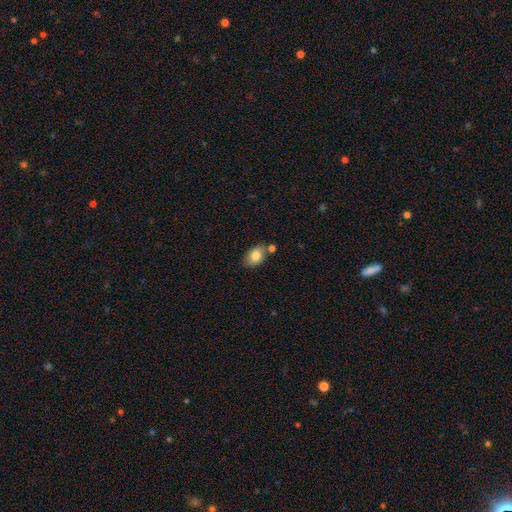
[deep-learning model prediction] Smooth or featured? Predicted: smooth (p=0.81). How rounded? Predicted: in between (p=0.85). Merging? Predicted: none (p=0.71).